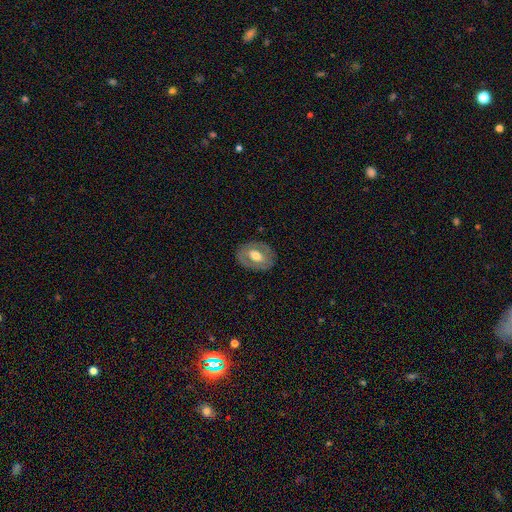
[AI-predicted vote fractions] Smooth or featured? Predicted: featured or disk (p=0.50). Edge-on disk? Predicted: no (p=0.92). Merging? Predicted: none (p=0.82).